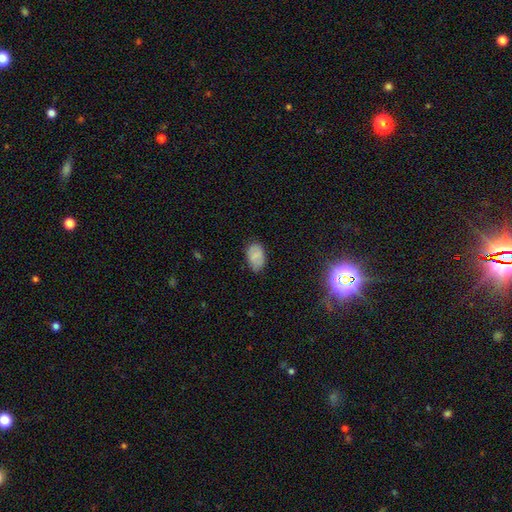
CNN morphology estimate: A smooth galaxy with no disk features (77%) that is in between round and cigar-shaped (90%). Merging: none (70%).